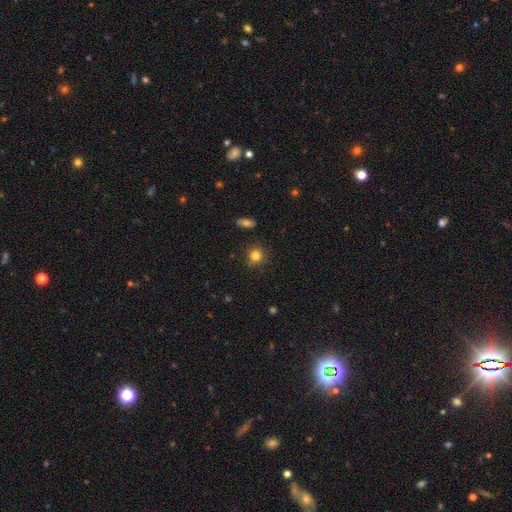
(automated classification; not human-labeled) A smooth galaxy with no disk features (82%) that is round (87%).

Vote fractions:
- Smooth or featured? smooth: 82% / star or artifact: 12% / featured or disk: 6%
- How rounded? round: 87% / in between: 12% / cigar-shaped: 1%
- Merging? none: 84% / minor disturbance: 11% / major disturbance: 3% / merger: 2%